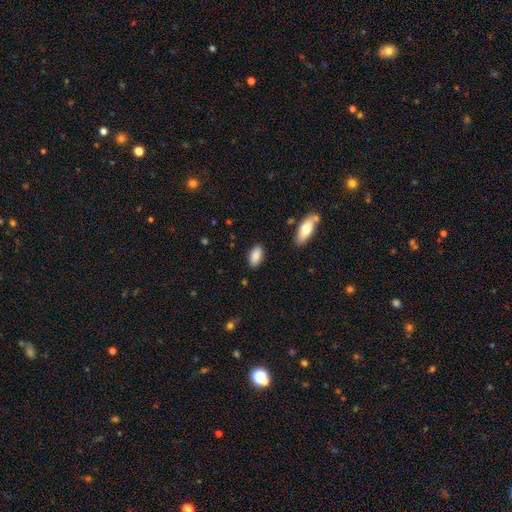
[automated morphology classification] The model was most divided on "merging": none: 86%, minor disturbance: 10%, major disturbance: 2%, merger: 2%. More confident: how rounded — in between (93%); smooth or featured — smooth (88%).